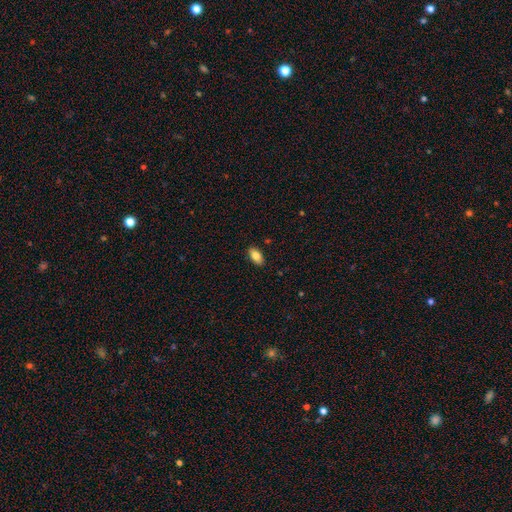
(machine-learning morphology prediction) smooth 82%, featured or disk 11%, star or artifact 7%. Down the decision tree: how rounded — in between (91%); merging — none (89%).